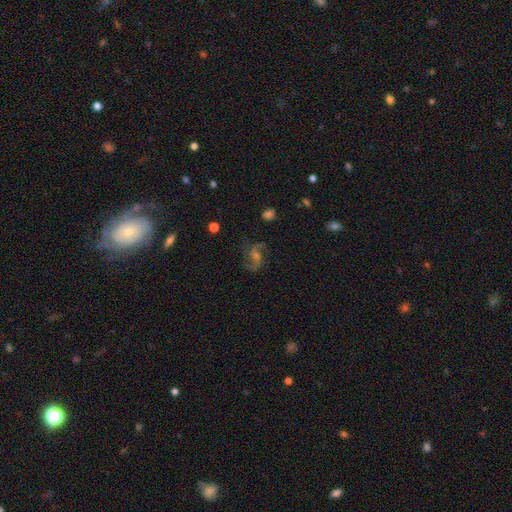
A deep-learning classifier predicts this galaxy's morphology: The model was most divided on "bulge size" (2-way tie): moderate: 41%, small: 41%, none: 10%, large: 6%, dominant: 2%. Remaining: edge-on disk — no (97%); spiral arms — yes (95%); spiral arm count — 2 (77%); merging — none (75%); smooth or featured — featured or disk (74%); spiral winding — medium (51%); bar — weak (45%).